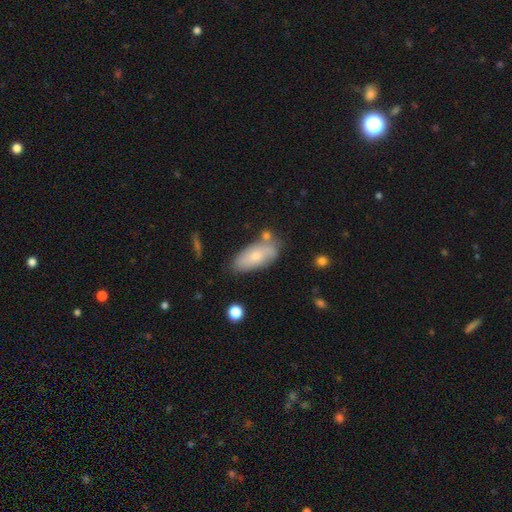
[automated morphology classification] Smooth or featured? smooth (66%)
How rounded? in between (85%)
Merging? none (63%)